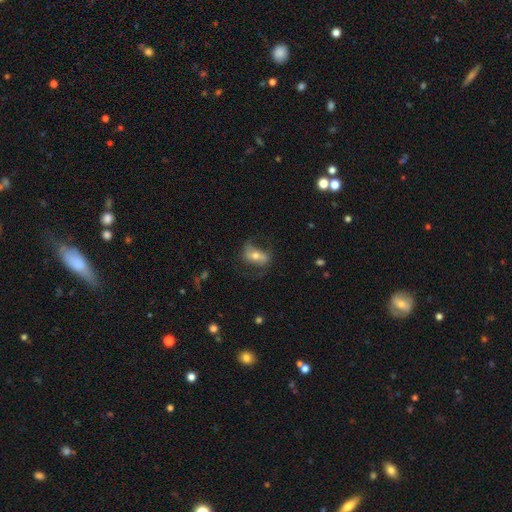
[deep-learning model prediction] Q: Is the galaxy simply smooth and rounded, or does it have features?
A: featured or disk — 53%.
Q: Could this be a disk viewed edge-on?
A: no — 89%.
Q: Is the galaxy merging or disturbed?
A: none — 62%.